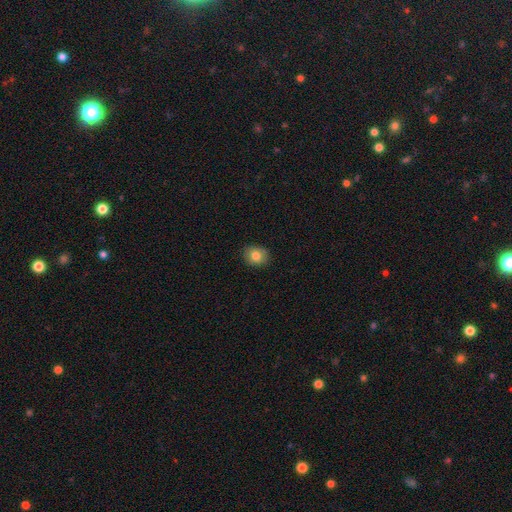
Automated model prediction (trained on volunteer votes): Smooth or featured: smooth — 82% (star or artifact — 9%)
How rounded: round — 64% (in between — 35%)
Merging: none — 88% (minor disturbance — 9%)